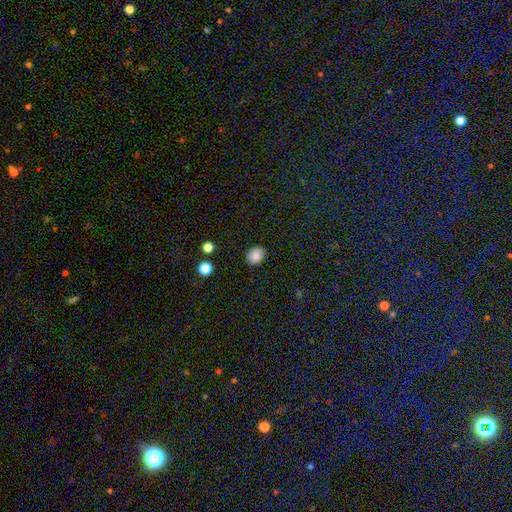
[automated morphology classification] Overall: smooth (86%). How rounded: round (51%; in between 48%). Merging: none (82%).